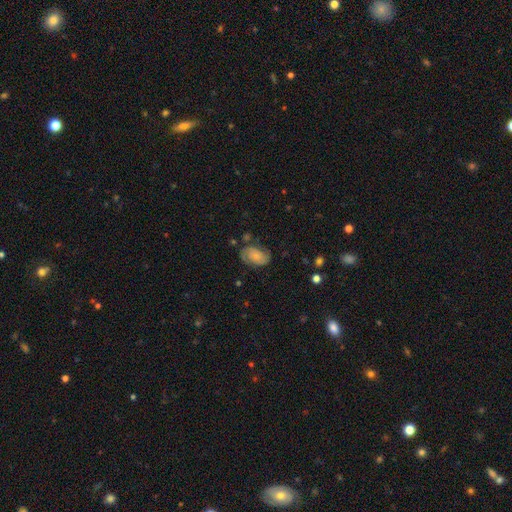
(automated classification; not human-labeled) Overall: featured or disk (49%; smooth 43%). Merging: none (62%; minor disturbance 25%).